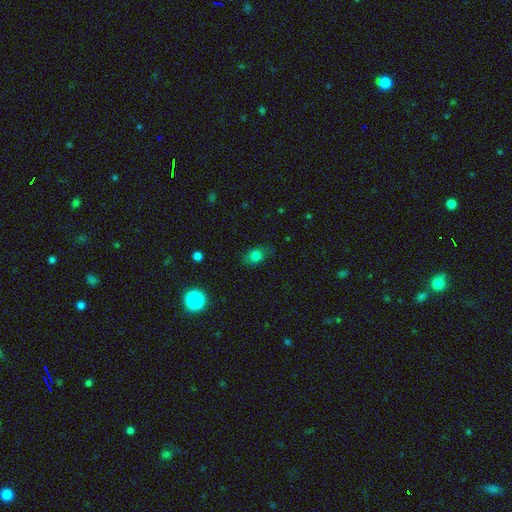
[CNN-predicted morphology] type=smooth (76%); roundness=in between (66%); merging=none (75%).